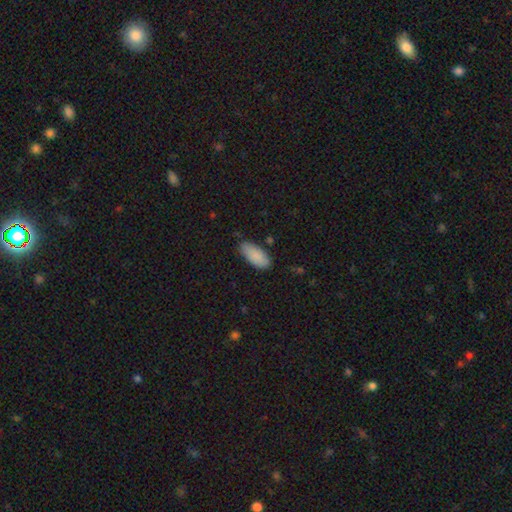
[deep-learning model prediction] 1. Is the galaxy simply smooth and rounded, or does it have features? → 88% smooth, 6% featured or disk, 6% star or artifact.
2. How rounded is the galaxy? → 90% in between, 9% cigar-shaped, 2% round.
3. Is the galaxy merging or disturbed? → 78% none, 17% minor disturbance, 3% major disturbance, 2% merger.